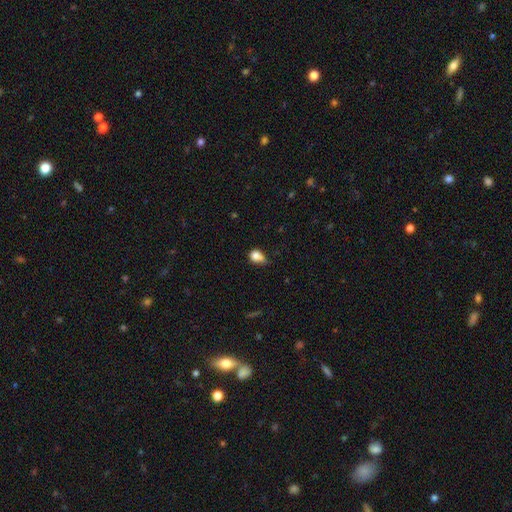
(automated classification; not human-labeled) smooth_or_featured: smooth (p=0.78) [alt: featured or disk p=0.11]
how_rounded: round (p=0.51) [alt: in between p=0.47]
merging: minor disturbance (p=0.41) [alt: none p=0.31]